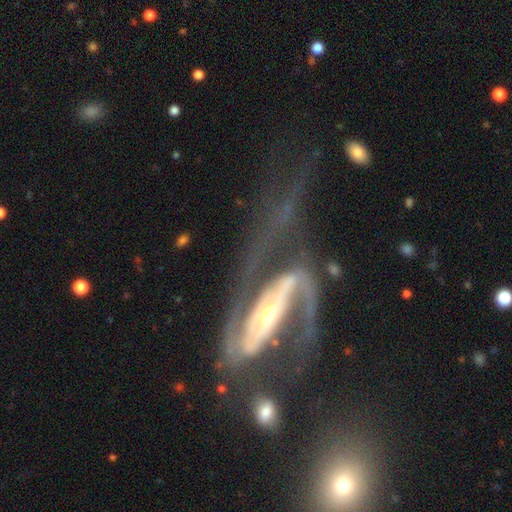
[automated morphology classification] smooth_or_featured: featured or disk (p=0.91) [alt: star or artifact p=0.05]
disk_edge_on: no (p=0.93) [alt: yes p=0.07]
bar: strong (p=0.56) [alt: weak p=0.24]
has_spiral_arms: yes (p=0.96) [alt: no p=0.04]
spiral_winding: medium (p=0.48) [alt: loose p=0.27]
spiral_arm_count: 2 (p=0.85) [alt: 1 p=0.06]
bulge_size: small (p=0.60) [alt: moderate p=0.34]
merging: major disturbance (p=0.37) [tied with: none p=0.37]